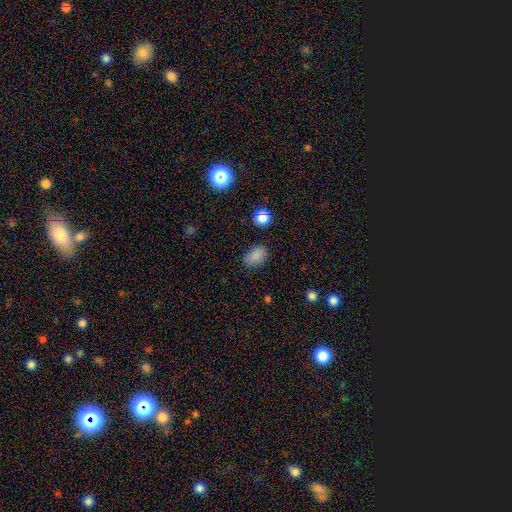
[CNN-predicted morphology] type=smooth (83%); roundness=in between (84%); merging=none (83%).